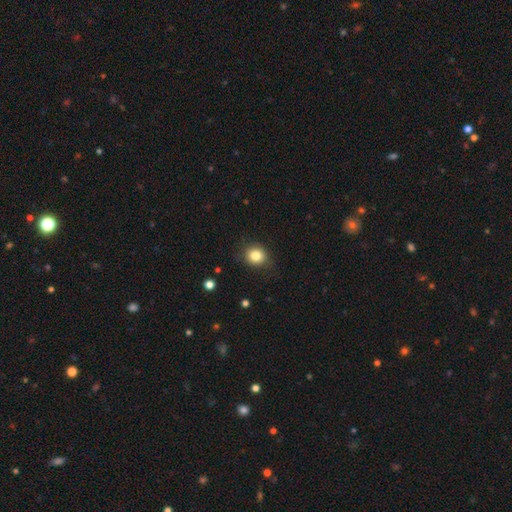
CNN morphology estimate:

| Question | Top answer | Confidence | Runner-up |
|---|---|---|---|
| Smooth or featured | smooth | 83% | star or artifact (11%) |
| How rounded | round | 77% | in between (22%) |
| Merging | none | 84% | minor disturbance (12%) |